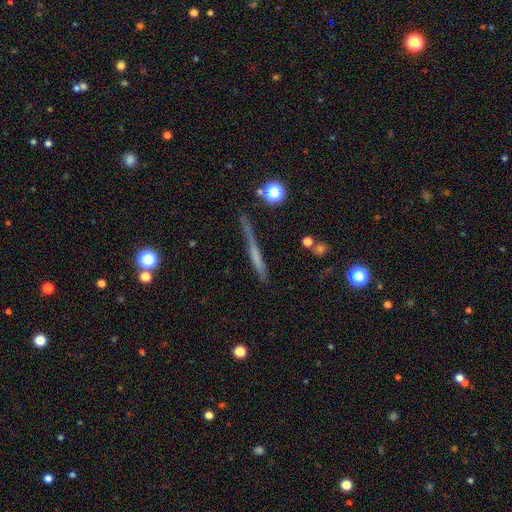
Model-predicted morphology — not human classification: A smooth galaxy with no disk features (47%).

Vote fractions:
- Smooth or featured? smooth: 47% / featured or disk: 44% / star or artifact: 9%
- Merging? none: 77% / minor disturbance: 16% / major disturbance: 5% / merger: 3%